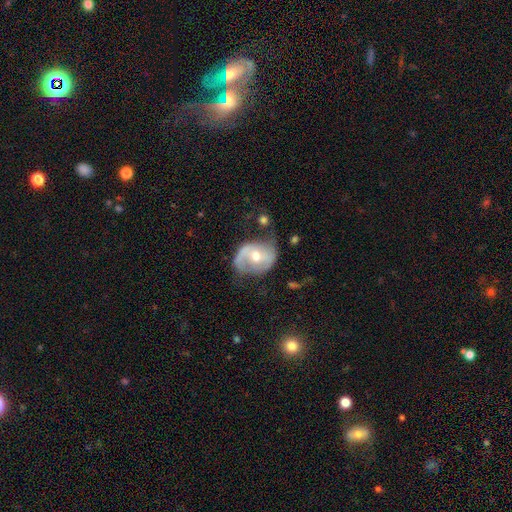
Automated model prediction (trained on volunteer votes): Overall: featured or disk (71%). Edge-on disk: no (96%). Bar: weak (42%; no 39%). Spiral arms: yes (80%). Spiral arm count: 2 (75%). Spiral winding: loose (45%; medium 39%). Bulge size: moderate (67%). Merging: none (51%; minor disturbance 29%).